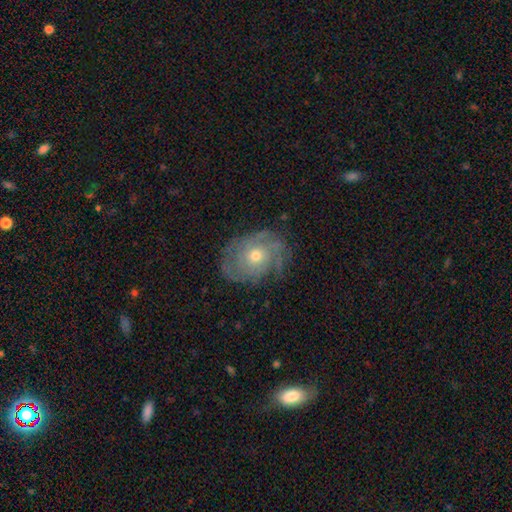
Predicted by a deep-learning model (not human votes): smooth-or-featured: featured or disk: 77% | smooth: 14% | star or artifact: 9%
  disk-edge-on: no: 96% | yes: 4%
    bar: no: 84% | weak: 14% | strong: 3%
    has-spiral-arms: yes: 90% | no: 10%
      spiral-winding: tight: 67% | medium: 25% | loose: 7%
      spiral-arm-count: can't tell: 38% | 3: 22% | 2: 19% | 4: 9% | 1: 6% | more than 4: 6%
    bulge-size: moderate: 61% | small: 35% | large: 2% | none: 1% | dominant: 1%
  merging: none: 77% | minor disturbance: 16% | major disturbance: 6% | merger: 1%